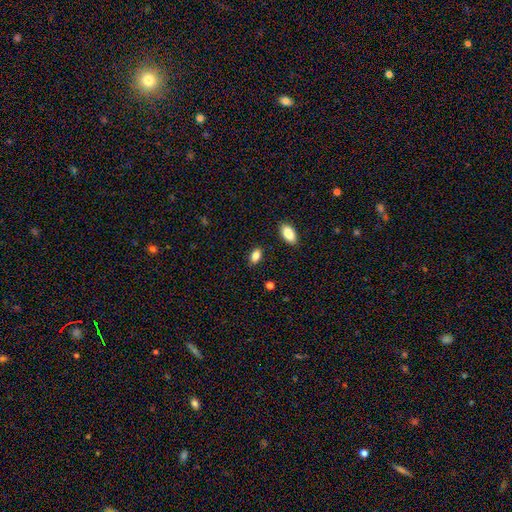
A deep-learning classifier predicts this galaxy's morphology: Smooth or featured?
  - smooth: 86% *
  - star or artifact: 8%
  - featured or disk: 5%
How rounded?
  - in between: 90% *
  - round: 7%
  - cigar-shaped: 3%
Merging?
  - none: 85% *
  - minor disturbance: 10%
  - merger: 3%
  - major disturbance: 2%